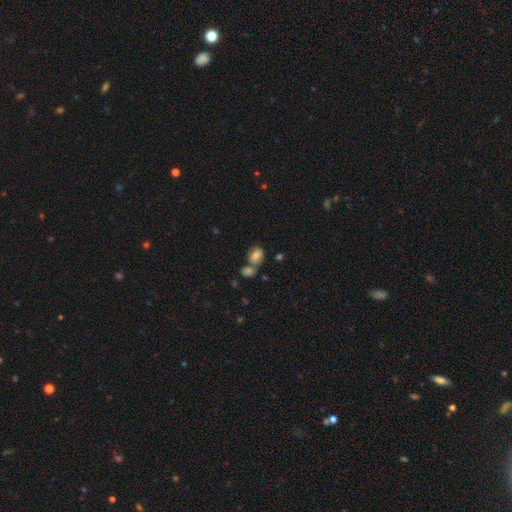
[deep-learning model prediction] A smooth galaxy with no disk features (75%) that is in between round and cigar-shaped (67%).

Vote fractions:
- Smooth or featured? smooth: 75% / featured or disk: 14% / star or artifact: 11%
- How rounded? in between: 67% / round: 31% / cigar-shaped: 1%
- Merging? none: 41% (tied) / merger: 41% (tied) / minor disturbance: 13% / major disturbance: 5%